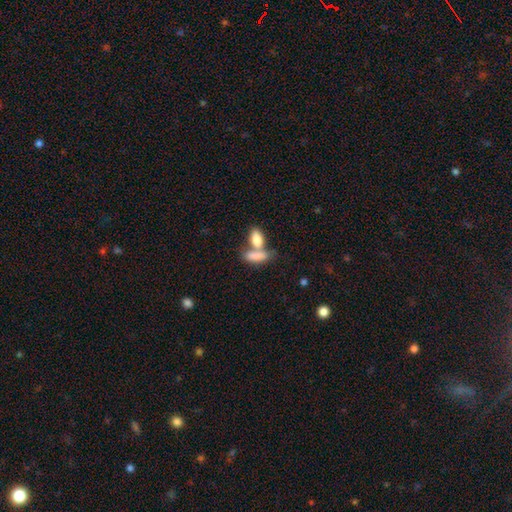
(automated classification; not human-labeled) smooth-or-featured: smooth: 82% | featured or disk: 11% | star or artifact: 7%
  how-rounded: in between: 78% | cigar-shaped: 17% | round: 5%
  merging: merger: 57% | none: 30% | minor disturbance: 8% | major disturbance: 5%